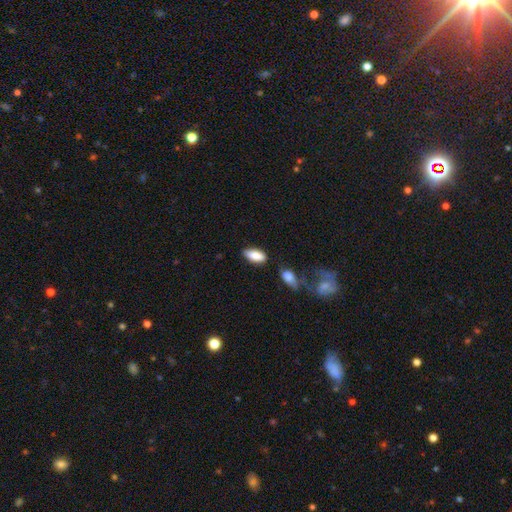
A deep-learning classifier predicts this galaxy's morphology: smooth_or_featured: smooth (p=0.85) [alt: featured or disk p=0.09]
how_rounded: in between (p=0.87) [alt: cigar-shaped p=0.10]
merging: none (p=0.74) [alt: minor disturbance p=0.17]